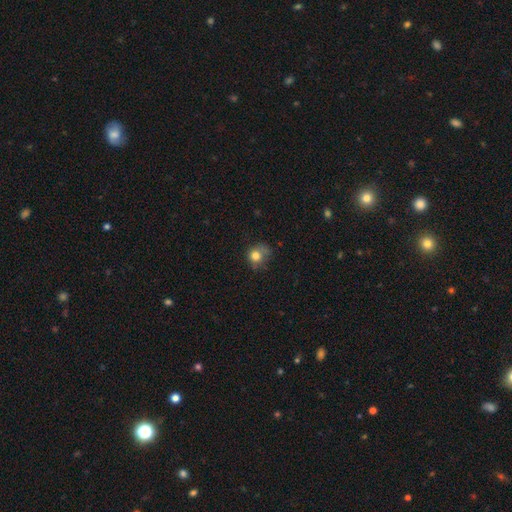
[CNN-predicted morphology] Smooth or featured? Predicted: smooth (p=0.77). How rounded? Predicted: round (p=0.74). Merging? Predicted: none (p=0.46).